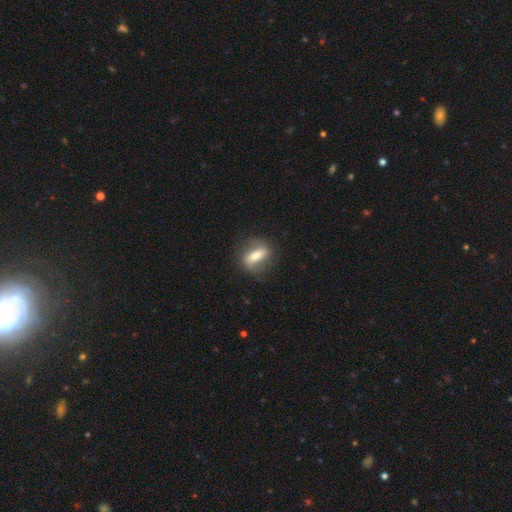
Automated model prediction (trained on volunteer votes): Overall: smooth (60%; featured or disk 32%). How rounded: in between (64%). Merging: none (79%).